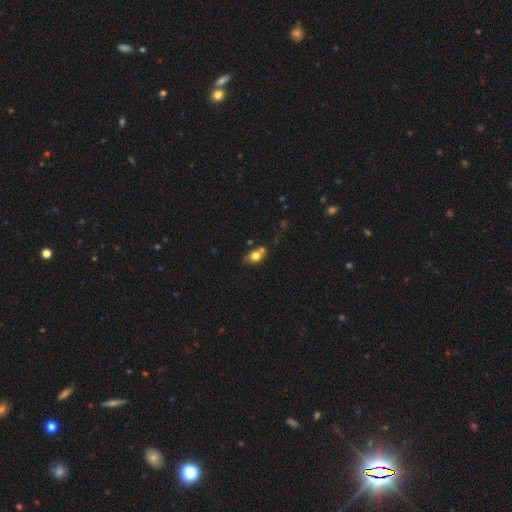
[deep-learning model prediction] This is likely a smooth galaxy (73%). How rounded: likely in between (65%). Merging: possibly none (52%).